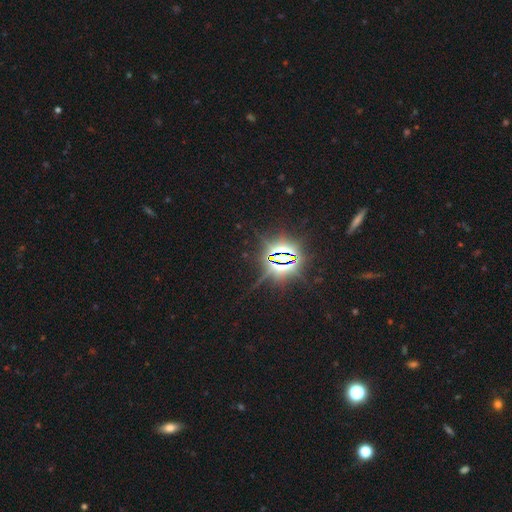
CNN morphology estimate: This is clearly a star or artifact rather than a galaxy (85%).